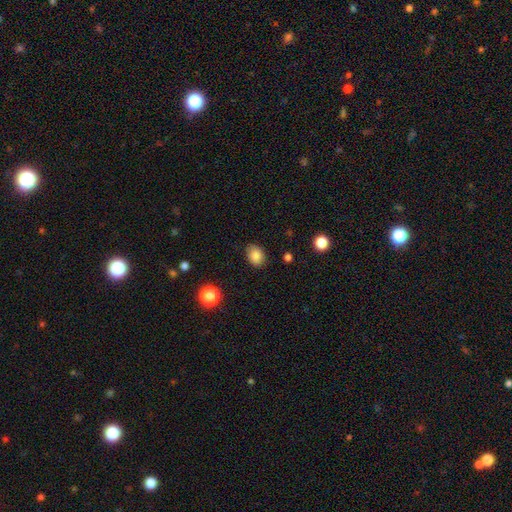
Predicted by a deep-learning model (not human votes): Smooth or featured?
  - smooth: 85% *
  - star or artifact: 10%
  - featured or disk: 6%
How rounded?
  - in between: 65% *
  - round: 34%
  - cigar-shaped: 1%
Merging?
  - none: 83% *
  - minor disturbance: 13%
  - major disturbance: 3%
  - merger: 1%